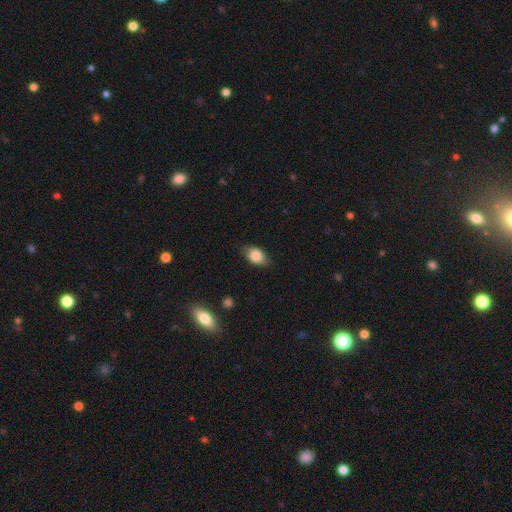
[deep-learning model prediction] A smooth galaxy with no disk features (82%) that is in between round and cigar-shaped (84%). Merging: none (79%).